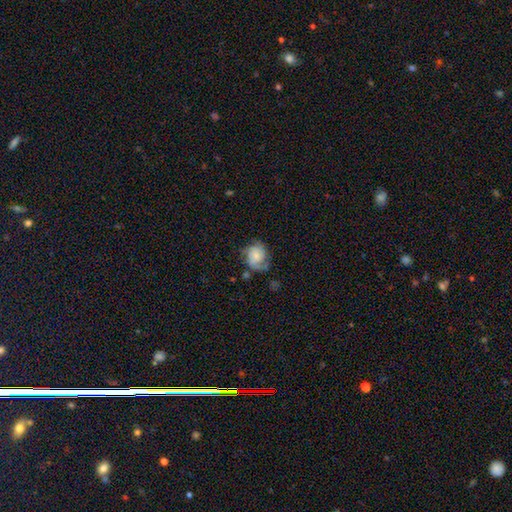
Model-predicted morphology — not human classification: This is likely a featured or disk galaxy (65%). It is clearly not viewed edge-on (98%). Bar: likely no (72%). Spiral arm pattern: clearly yes (91%). Spiral arm count: possibly 2 (50%). Spiral winding: marginally medium (42%). Central bulge: possibly small (56%). Merging: possibly none (56%).